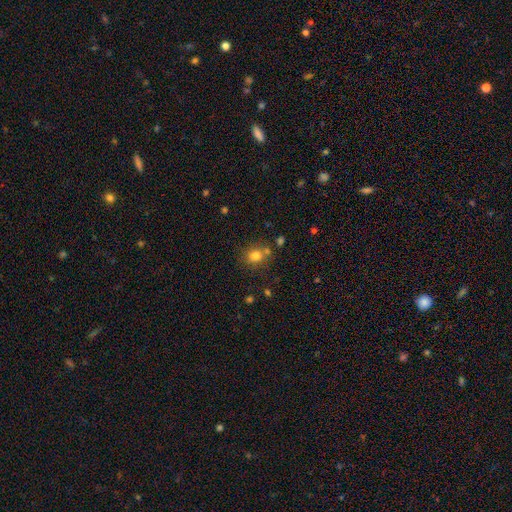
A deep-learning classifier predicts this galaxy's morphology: A smooth galaxy with no disk features (77%) that is round (74%).

Vote fractions:
- Smooth or featured? smooth: 77% / star or artifact: 14% / featured or disk: 8%
- How rounded? round: 74% / in between: 25% / cigar-shaped: 1%
- Merging? none: 71% / merger: 13% / minor disturbance: 12% / major disturbance: 4%